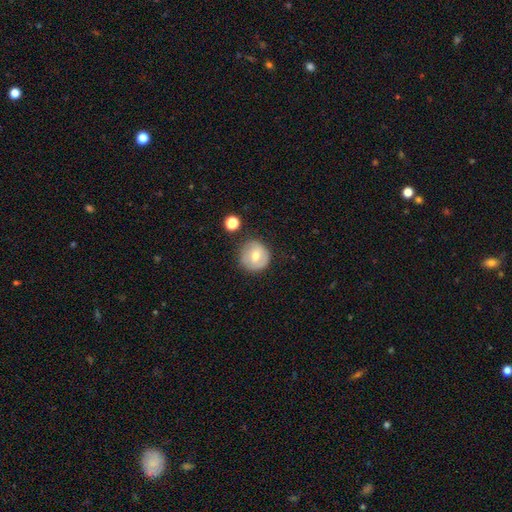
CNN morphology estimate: Smooth or featured: smooth — 61% (featured or disk — 30%)
How rounded: round — 92% (in between — 7%)
Merging: none — 78% (minor disturbance — 15%)